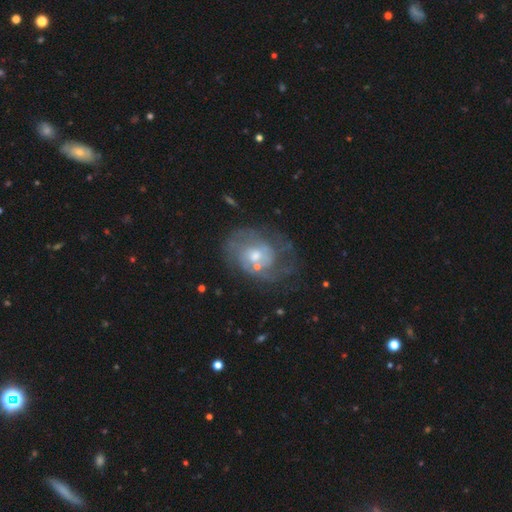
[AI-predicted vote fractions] The model was most divided on "spiral arm count": can't tell: 41%, 2: 35%, 3: 10%, 1: 8%, 4: 4%, more than 4: 3%. Remaining: edge-on disk — no (97%); spiral arms — yes (79%); smooth or featured — featured or disk (77%); bar — no (71%); bulge size — moderate (56%); merging — none (53%); spiral winding — tight (50%).